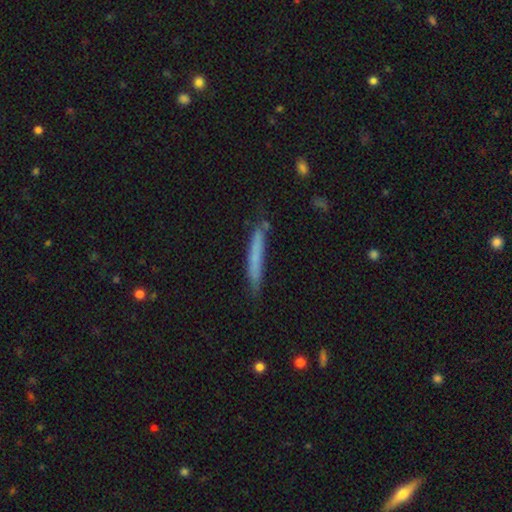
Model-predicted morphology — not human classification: Smooth or featured? Predicted: smooth (p=0.68). How rounded? Predicted: cigar-shaped (p=0.96). Merging? Predicted: none (p=0.76).